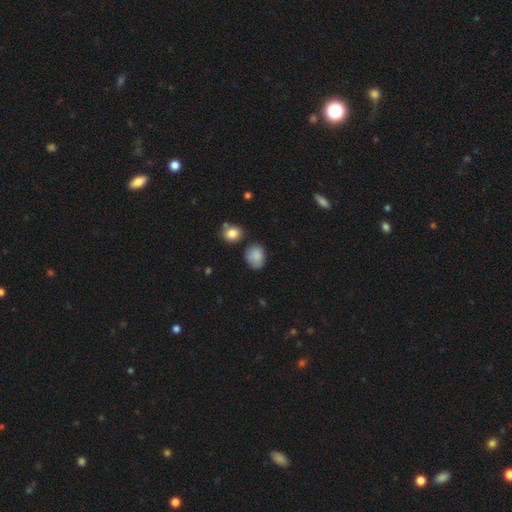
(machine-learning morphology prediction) Smooth or featured? smooth (85%)
How rounded? in between (57%)
Merging? none (64%)